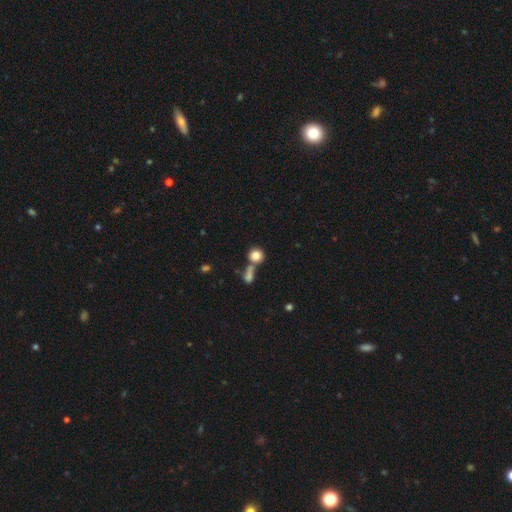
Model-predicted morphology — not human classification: Smooth or featured? Predicted: smooth (p=0.82). How rounded? Predicted: round (p=0.85). Merging? Predicted: none (p=0.46).